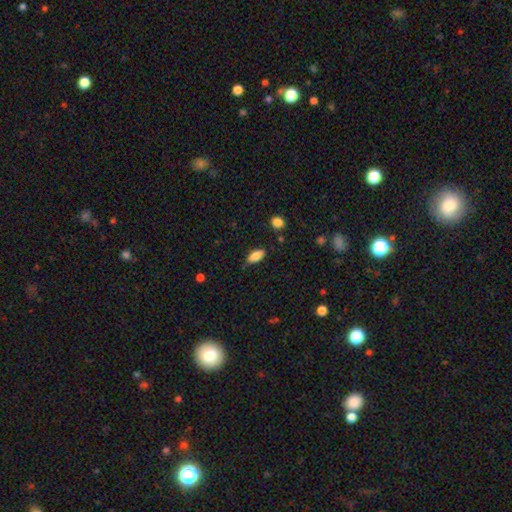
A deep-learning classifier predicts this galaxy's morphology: The model was most divided on "merging": none: 80%, minor disturbance: 15%, major disturbance: 3%, merger: 2%. More confident: how rounded — in between (81%); smooth or featured — smooth (81%).